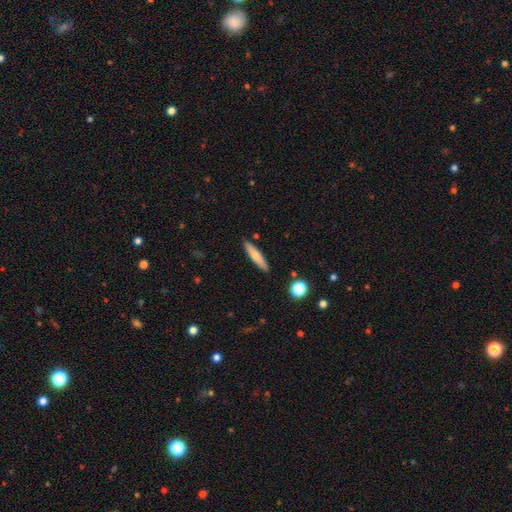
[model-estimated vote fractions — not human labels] smooth-or-featured: smooth: 66% | featured or disk: 28% | star or artifact: 7%
  how-rounded: cigar-shaped: 87% | in between: 12% | round: 2%
  merging: none: 89% | minor disturbance: 8% | merger: 2% | major disturbance: 2%